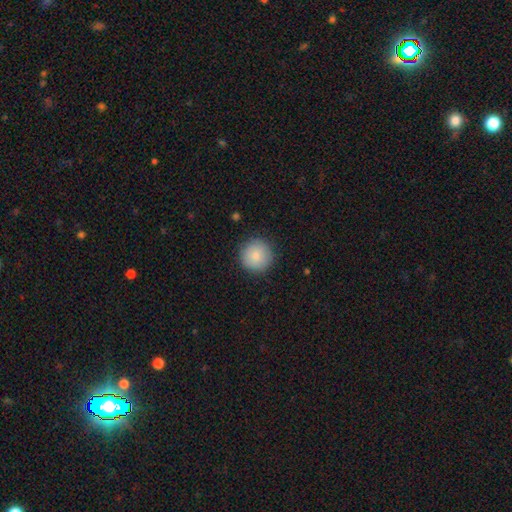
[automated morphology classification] Overall: smooth (85%). How rounded: round (95%). Merging: none (89%).